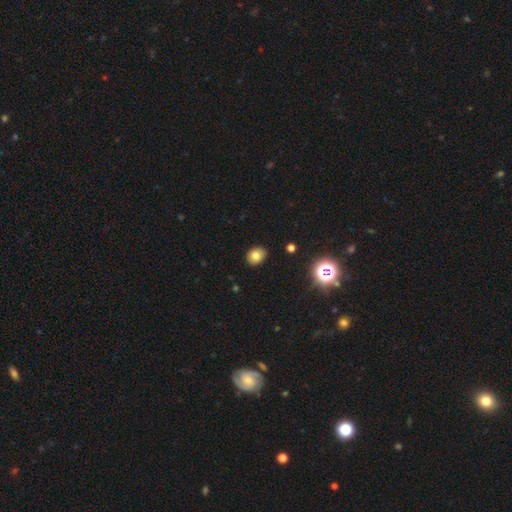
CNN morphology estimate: Smooth or featured? Predicted: smooth (p=0.78). How rounded? Predicted: in between (p=0.52). Merging? Predicted: none (p=0.87).